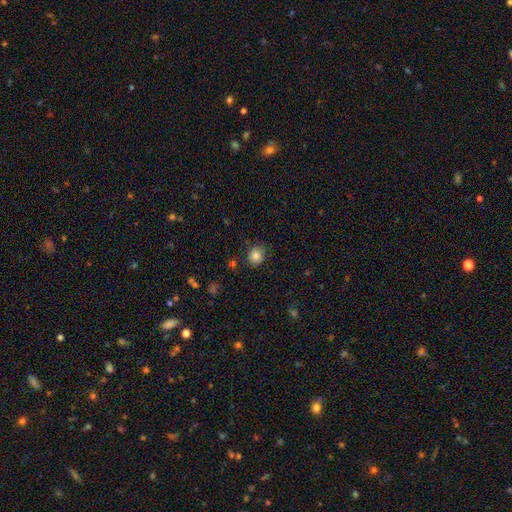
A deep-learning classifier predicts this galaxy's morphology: This appears to be a smooth galaxy with no disk features (83%) that is round (74%). Merging: none (78%).